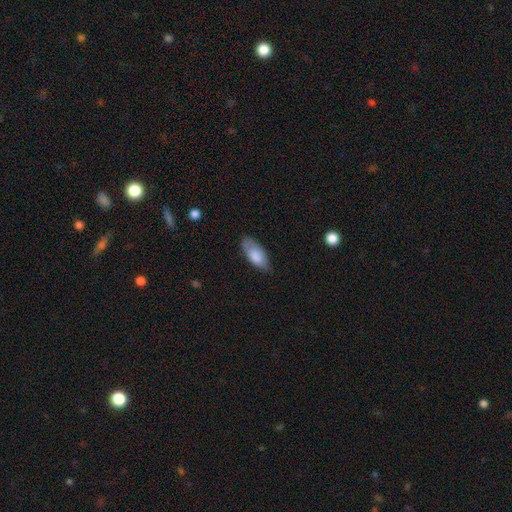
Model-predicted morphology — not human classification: smooth_or_featured: smooth (p=0.82) [alt: featured or disk p=0.12]
how_rounded: in between (p=0.87) [alt: cigar-shaped p=0.11]
merging: none (p=0.68) [alt: minor disturbance p=0.25]